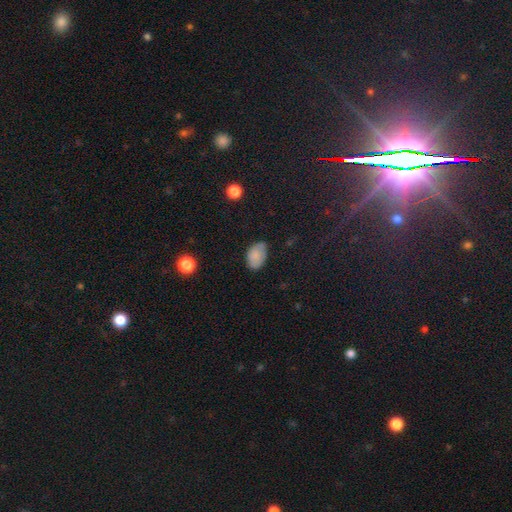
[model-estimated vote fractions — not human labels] smooth 80%, featured or disk 11%, star or artifact 9%. Down the decision tree: how rounded — in between (90%); merging — none (68%).